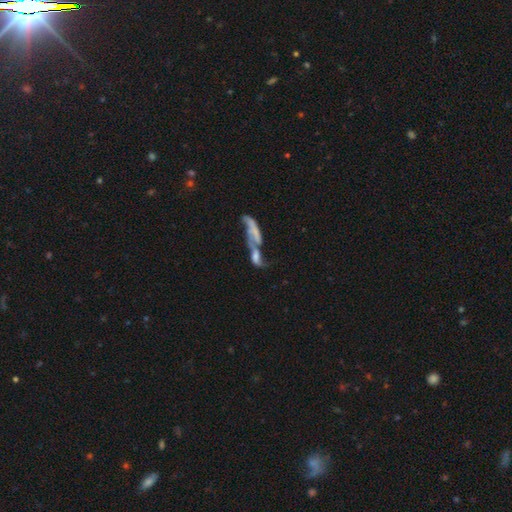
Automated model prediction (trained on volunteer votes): Overall: featured or disk (51%; smooth 37%). Edge-on disk: no (78%). Merging: merger (66%).